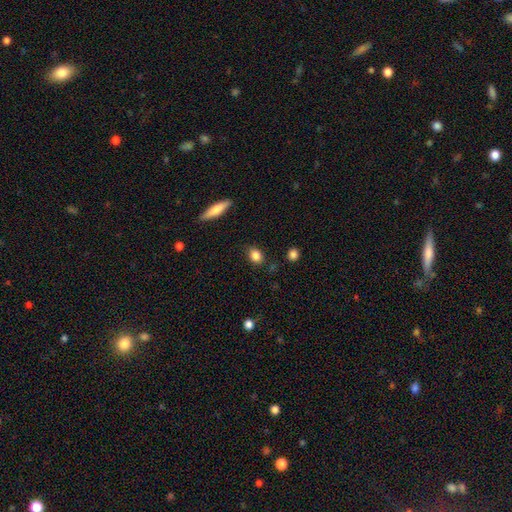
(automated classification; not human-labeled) smooth 84%, star or artifact 9%, featured or disk 6%. Down the decision tree: how rounded — in between (62%); merging — none (83%).